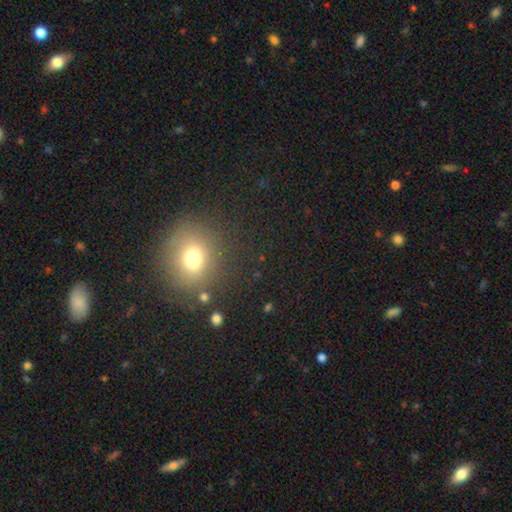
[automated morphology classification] This appears to be a smooth galaxy with no disk features (63%) that is round (79%). Merging: none (85%).